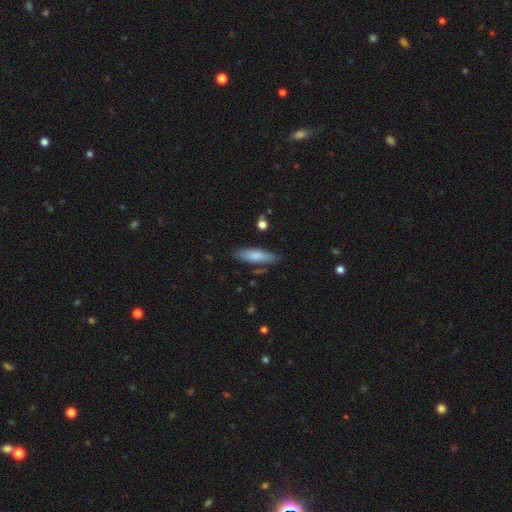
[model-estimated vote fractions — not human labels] The model was most divided on "how rounded": cigar-shaped: 54%, in between: 44%, round: 2%. More confident: smooth or featured — smooth (79%); merging — none (78%).